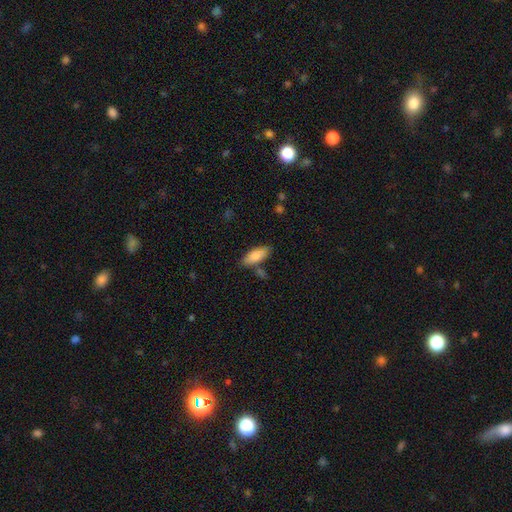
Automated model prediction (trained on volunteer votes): The model was most divided on "merging": none: 66%, minor disturbance: 20%, merger: 10%, major disturbance: 5%. More confident: smooth or featured — smooth (81%); how rounded — in between (79%).